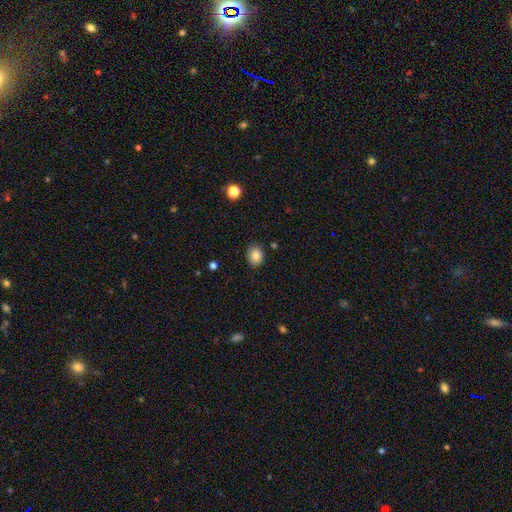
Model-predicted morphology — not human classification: A smooth galaxy with no disk features (85%) that is round (54%). Merging: none (86%).